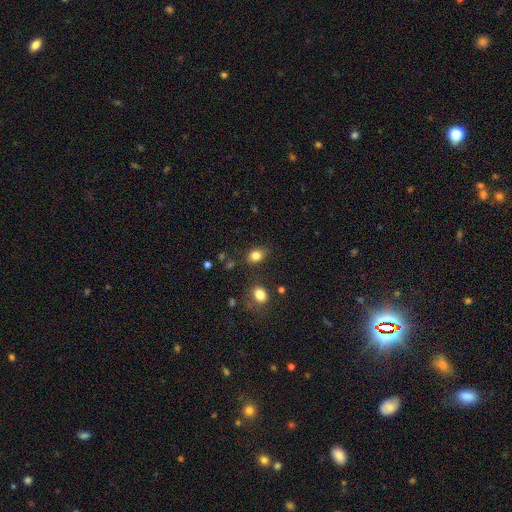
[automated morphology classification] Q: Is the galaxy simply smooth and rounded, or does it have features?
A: smooth — 83%.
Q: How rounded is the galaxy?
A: in between — 65%.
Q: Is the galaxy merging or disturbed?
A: none — 77%.